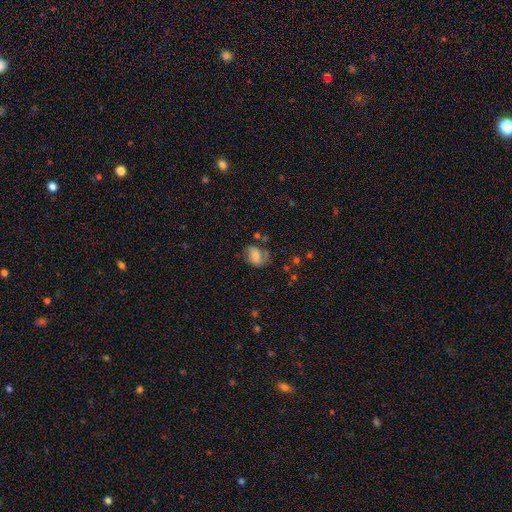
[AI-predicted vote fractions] The model was most divided on "smooth or featured": featured or disk: 48%, smooth: 42%, star or artifact: 9%. More confident: merging — none (52%).